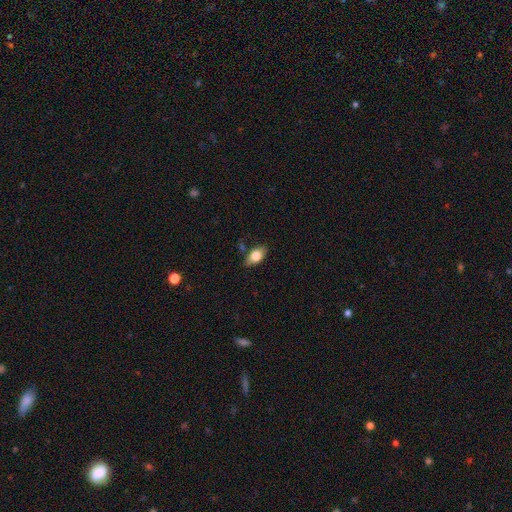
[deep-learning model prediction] The model was most divided on "merging": none: 75%, minor disturbance: 18%, major disturbance: 4%, merger: 3%. More confident: how rounded — in between (88%); smooth or featured — smooth (78%).